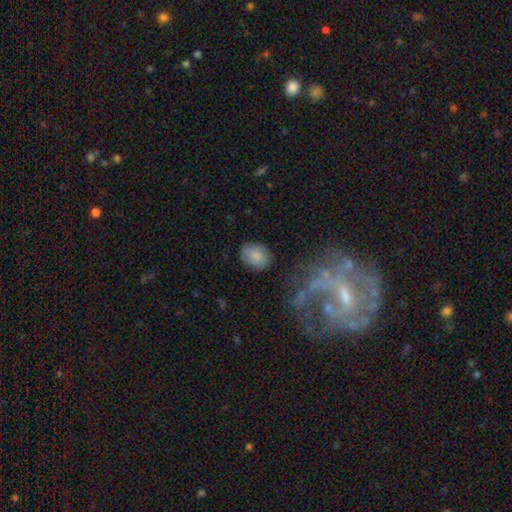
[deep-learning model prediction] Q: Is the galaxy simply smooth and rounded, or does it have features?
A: smooth — 84%.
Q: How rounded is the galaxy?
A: in between — 54%.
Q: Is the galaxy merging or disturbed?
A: none — 82%.